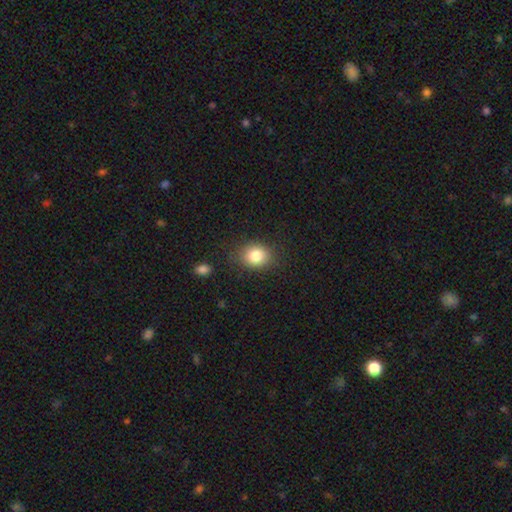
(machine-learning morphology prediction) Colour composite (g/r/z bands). It shows a smooth galaxy with no disk features (83%) that is round (62%). Merging: none (83%).